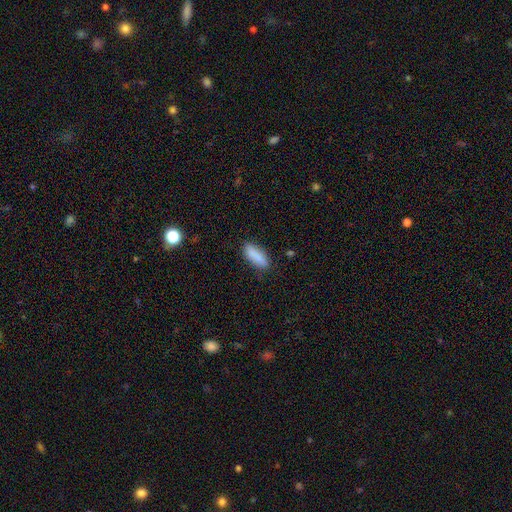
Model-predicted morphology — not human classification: A smooth galaxy with no disk features (86%) that is in between round and cigar-shaped (65%). Merging: none (82%).